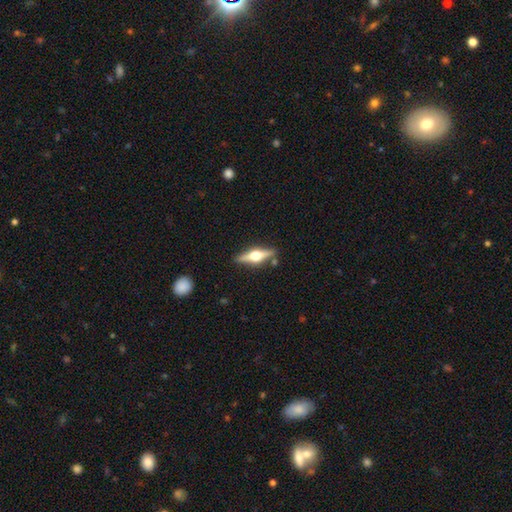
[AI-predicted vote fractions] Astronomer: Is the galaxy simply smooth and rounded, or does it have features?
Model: featured or disk — 73%.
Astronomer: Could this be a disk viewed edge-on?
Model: yes — 97%.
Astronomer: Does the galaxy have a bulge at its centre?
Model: rounded — 96%.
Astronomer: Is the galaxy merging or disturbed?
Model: none — 87%.